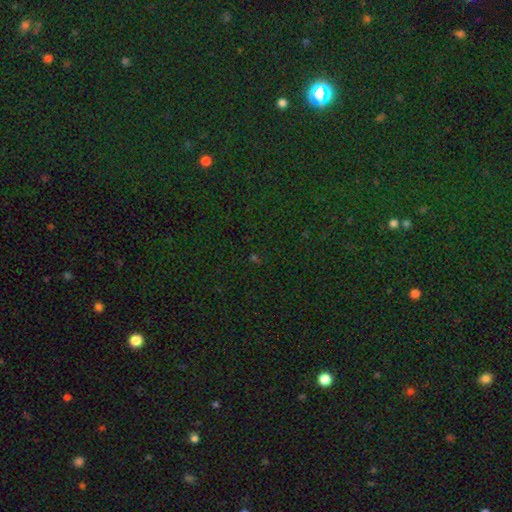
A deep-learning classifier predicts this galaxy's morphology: A star or artifact, not a galaxy (79%).

Vote fractions:
- Smooth or featured? star or artifact: 79% / smooth: 13% / featured or disk: 8%